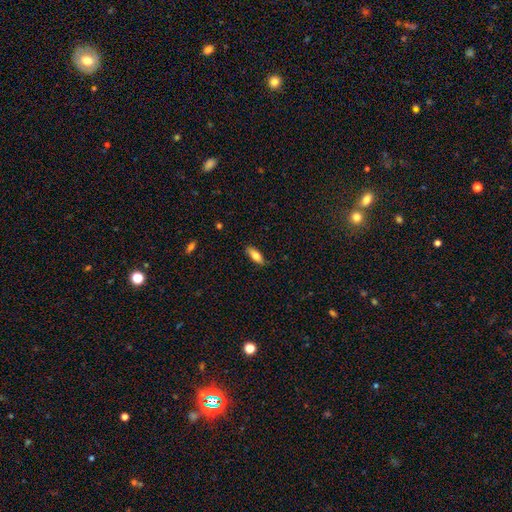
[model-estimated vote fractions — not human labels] Smooth or featured? Predicted: smooth (p=0.76). How rounded? Predicted: in between (p=0.67). Merging? Predicted: none (p=0.84).